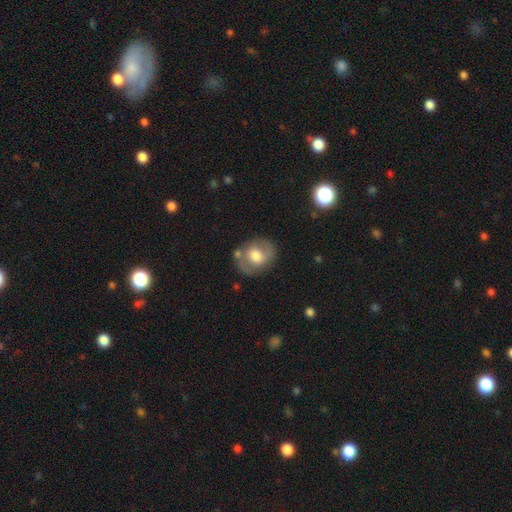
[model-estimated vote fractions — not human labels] smooth_or_featured: featured or disk (p=0.48) [alt: smooth p=0.45]
merging: none (p=0.71) [alt: minor disturbance p=0.17]